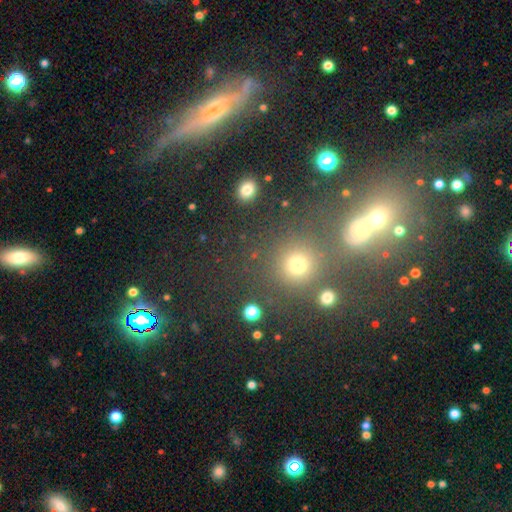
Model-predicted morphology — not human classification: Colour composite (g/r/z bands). It shows a smooth galaxy with no disk features (52%) that is round (87%). Merging: none (76%).